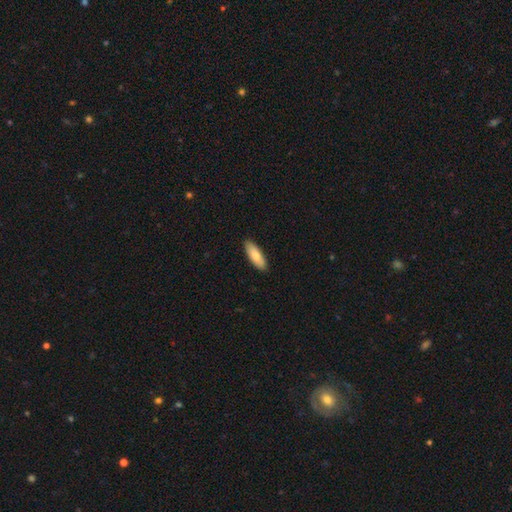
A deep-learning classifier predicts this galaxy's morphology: This appears to be a smooth galaxy with no disk features (78%) that is in between round and cigar-shaped (64%). Merging: none (89%).